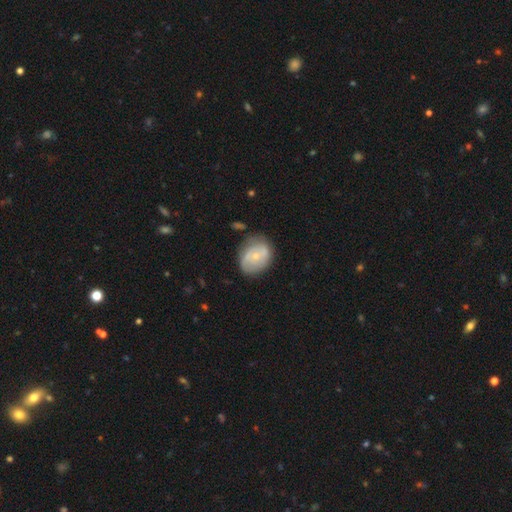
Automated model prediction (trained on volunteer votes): Smooth or featured? featured or disk (48%)
Merging? none (60%)